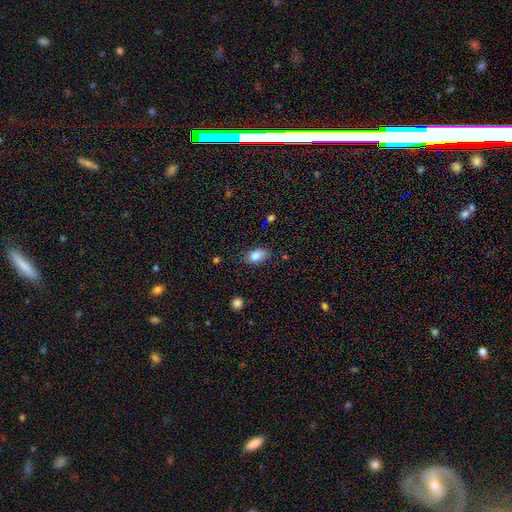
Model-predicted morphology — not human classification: Smooth or featured?
  - smooth: 85% *
  - star or artifact: 9%
  - featured or disk: 6%
How rounded?
  - in between: 89% *
  - round: 9%
  - cigar-shaped: 3%
Merging?
  - none: 72% *
  - minor disturbance: 21%
  - major disturbance: 5%
  - merger: 2%